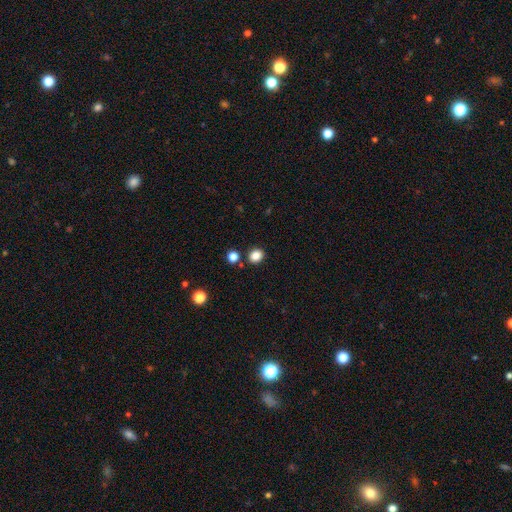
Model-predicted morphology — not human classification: Overall: smooth (85%). How rounded: round (65%; in between 34%). Merging: none (85%).